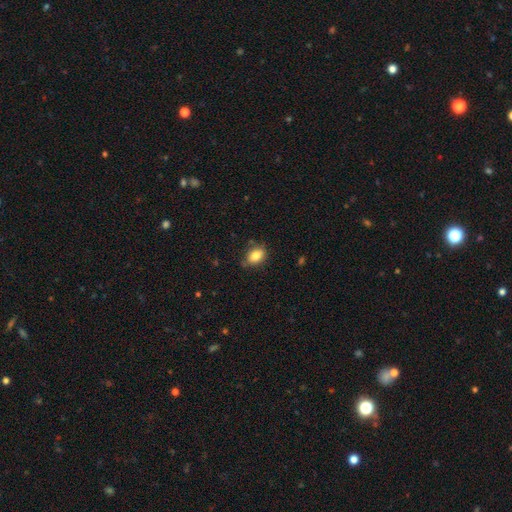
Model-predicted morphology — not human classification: Smooth or featured? smooth (84%)
How rounded? in between (75%)
Merging? none (76%)